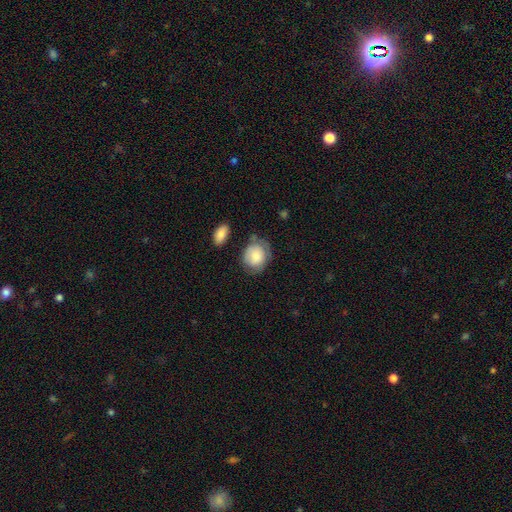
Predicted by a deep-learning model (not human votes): Q: Smooth or featured?
A: smooth (76%); runner-up: featured or disk (17%)
Q: How rounded?
A: round (61%); runner-up: in between (38%)
Q: Merging?
A: none (54%); runner-up: minor disturbance (30%)